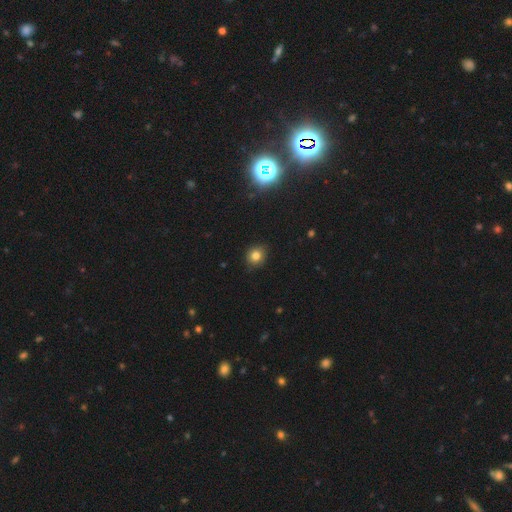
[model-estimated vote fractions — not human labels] smooth_or_featured: smooth (p=0.80) [alt: star or artifact p=0.13]
how_rounded: round (p=0.80) [alt: in between p=0.19]
merging: none (p=0.86) [alt: minor disturbance p=0.11]